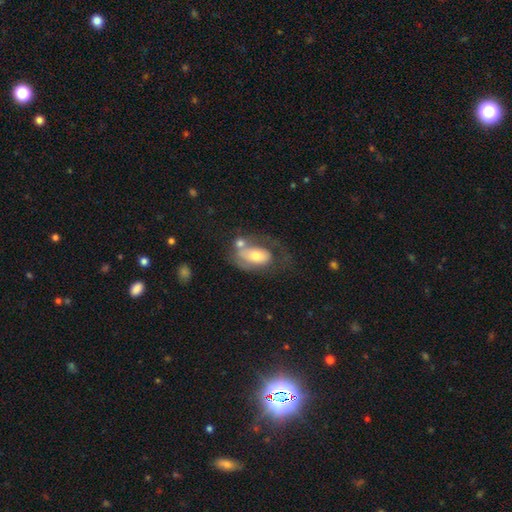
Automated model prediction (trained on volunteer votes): The model was most divided on "merging": major disturbance: 29%, none: 28%, merger: 23%, minor disturbance: 19%. Remaining: smooth or featured — smooth (49%).